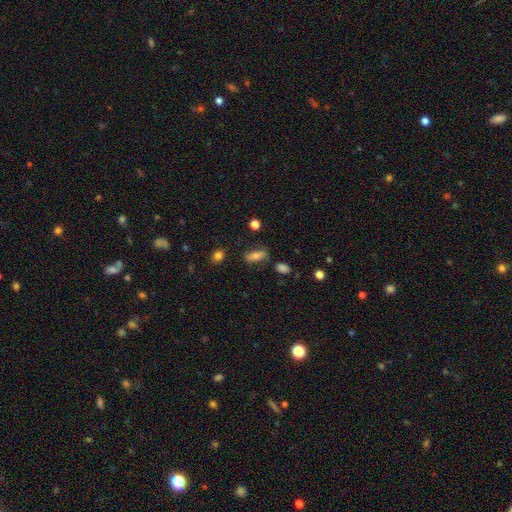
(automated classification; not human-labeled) This appears to be a smooth galaxy with no disk features (68%) that is in between round and cigar-shaped (74%). Merging: none (74%).